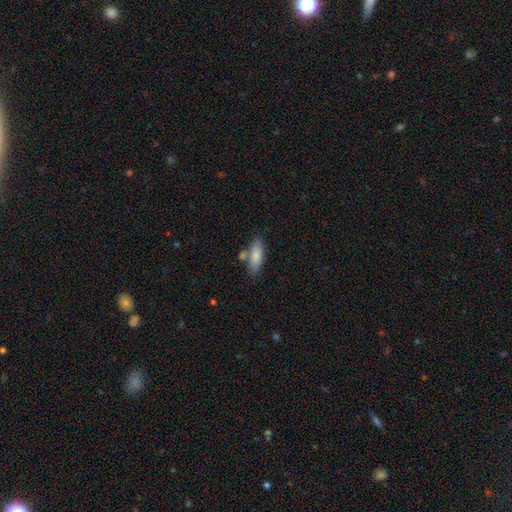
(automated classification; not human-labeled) A smooth galaxy with no disk features (80%) that is in between round and cigar-shaped (66%).

Vote fractions:
- Smooth or featured? smooth: 80% / featured or disk: 13% / star or artifact: 6%
- How rounded? in between: 66% / cigar-shaped: 31% / round: 2%
- Merging? none: 66% / merger: 15% / minor disturbance: 15% / major disturbance: 4%